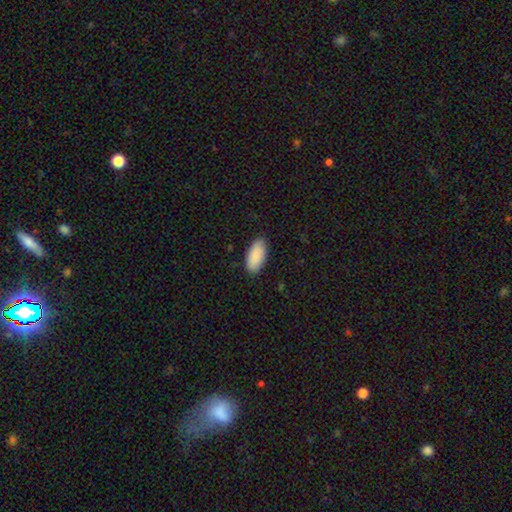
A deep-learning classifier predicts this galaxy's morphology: type=smooth (89%); roundness=in between (93%); merging=none (85%).